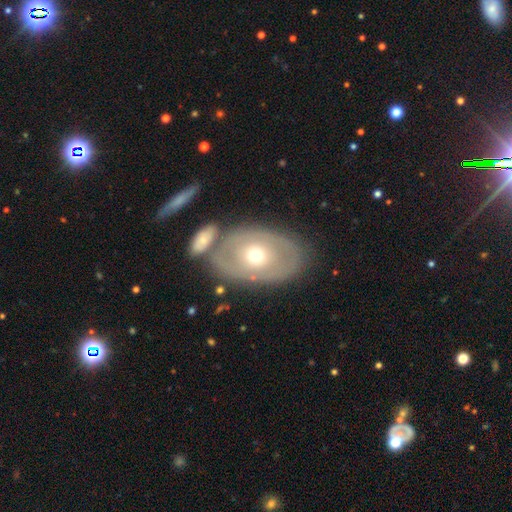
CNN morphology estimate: A featured or disk galaxy (55%). Merging: none (68%).